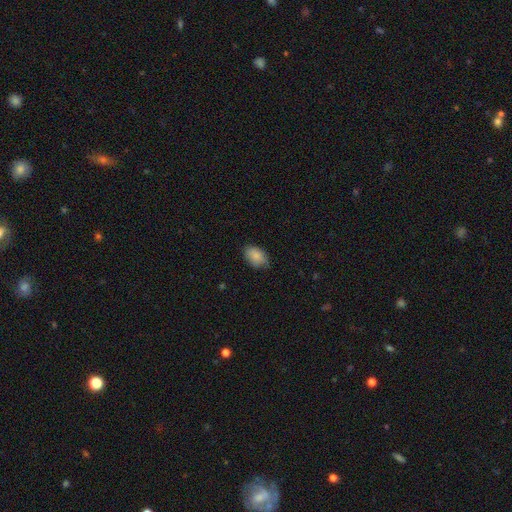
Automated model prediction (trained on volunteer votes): smooth-or-featured: smooth: 87% | star or artifact: 7% | featured or disk: 6%
  how-rounded: in between: 85% | round: 13% | cigar-shaped: 1%
  merging: none: 74% | minor disturbance: 22% | major disturbance: 3% | merger: 1%